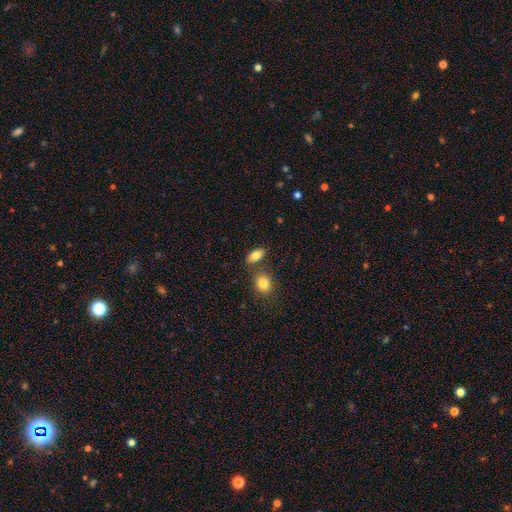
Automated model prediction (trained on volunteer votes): Q: Smooth or featured?
A: smooth (82%); runner-up: featured or disk (10%)
Q: How rounded?
A: in between (88%); runner-up: round (9%)
Q: Merging?
A: none (68%); runner-up: merger (18%)